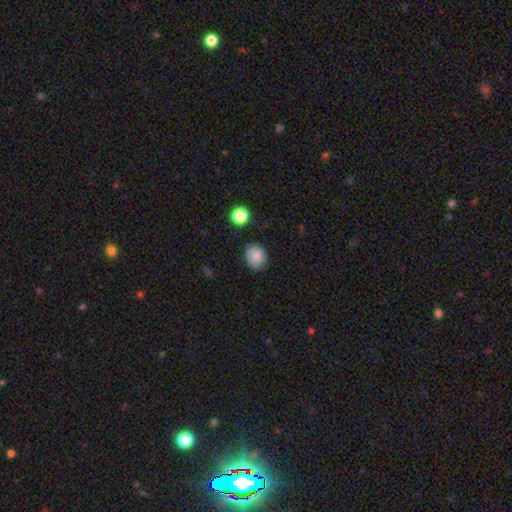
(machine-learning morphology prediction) Smooth or featured: smooth — 83% (star or artifact — 10%)
How rounded: round — 62% (in between — 37%)
Merging: none — 77% (minor disturbance — 18%)